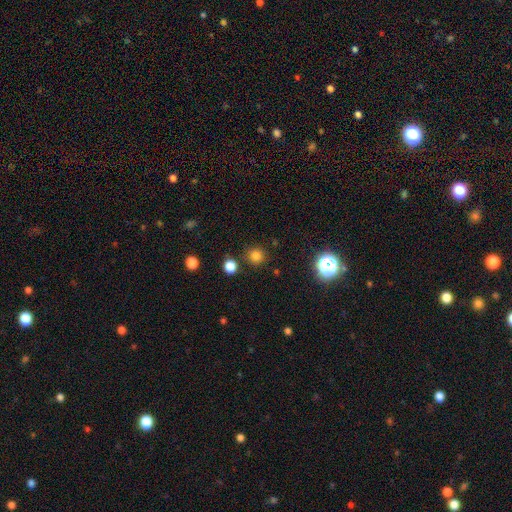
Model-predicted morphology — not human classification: smooth_or_featured: smooth (p=0.78) [alt: star or artifact p=0.18]
how_rounded: round (p=0.93) [alt: in between p=0.06]
merging: none (p=0.86) [alt: minor disturbance p=0.07]